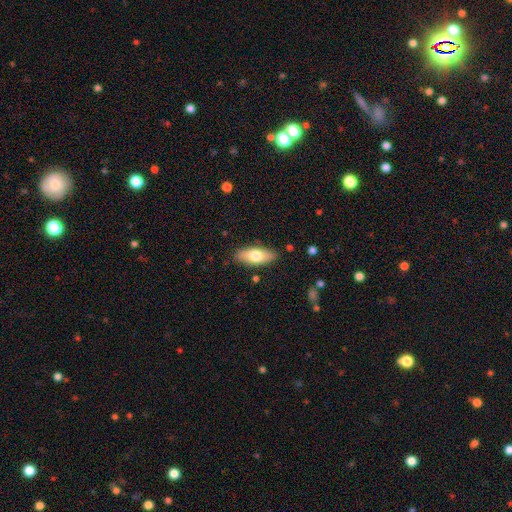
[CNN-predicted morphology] A smooth galaxy with no disk features (70%) that is in between round and cigar-shaped (78%).

Vote fractions:
- Smooth or featured? smooth: 70% / featured or disk: 24% / star or artifact: 6%
- How rounded? in between: 78% / cigar-shaped: 20% / round: 2%
- Merging? none: 86% / minor disturbance: 10% / major disturbance: 2% / merger: 1%